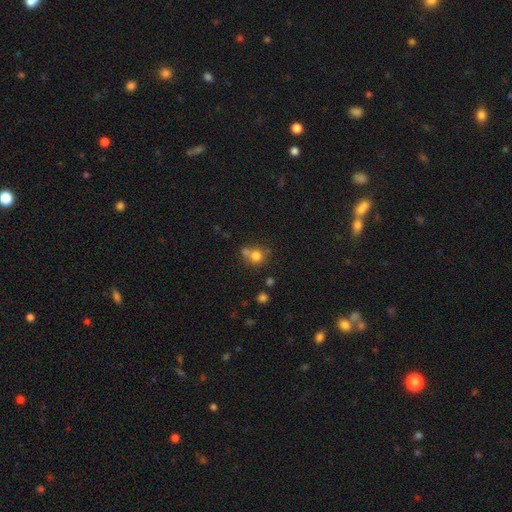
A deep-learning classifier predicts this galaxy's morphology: The model was most divided on "merging": none: 46%, merger: 39%, minor disturbance: 11%, major disturbance: 5%. More confident: how rounded — round (83%); smooth or featured — smooth (77%).